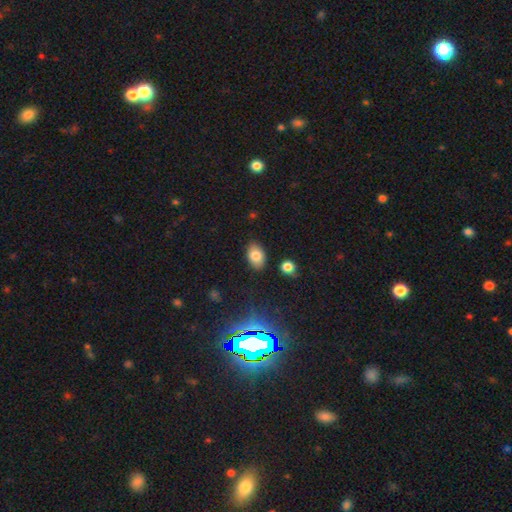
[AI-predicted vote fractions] Q: Smooth or featured?
A: smooth (80%); runner-up: star or artifact (10%)
Q: How rounded?
A: in between (88%); runner-up: round (10%)
Q: Merging?
A: none (84%); runner-up: minor disturbance (11%)